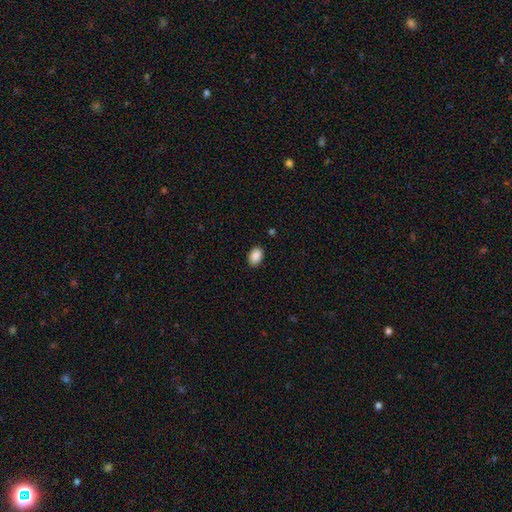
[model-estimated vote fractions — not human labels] Smooth or featured: smooth — 89% (star or artifact — 8%)
How rounded: in between — 82% (round — 17%)
Merging: none — 88% (minor disturbance — 9%)